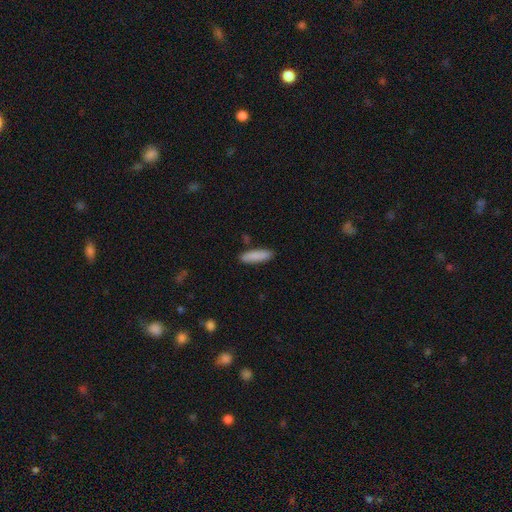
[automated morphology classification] A smooth galaxy with no disk features (88%) that is cigar-shaped (59%). Merging: none (86%).